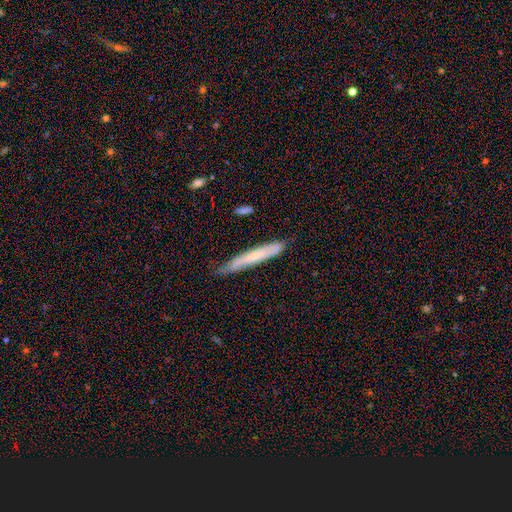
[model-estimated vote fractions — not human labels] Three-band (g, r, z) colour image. It shows a smooth galaxy with no disk features (56%) that is cigar-shaped (94%). Merging: none (72%).